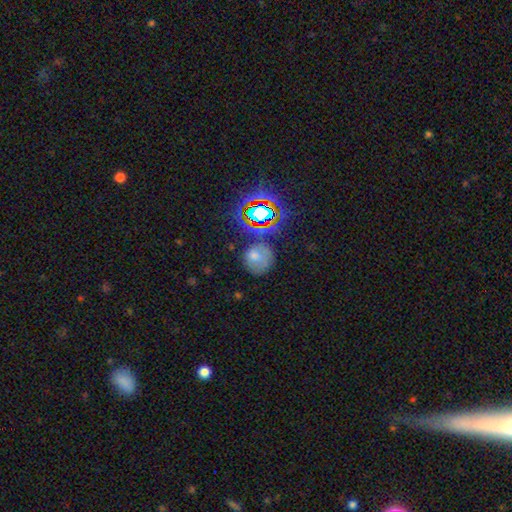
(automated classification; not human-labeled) Smooth or featured? Predicted: smooth (p=0.44). Merging? Predicted: none (p=0.66).